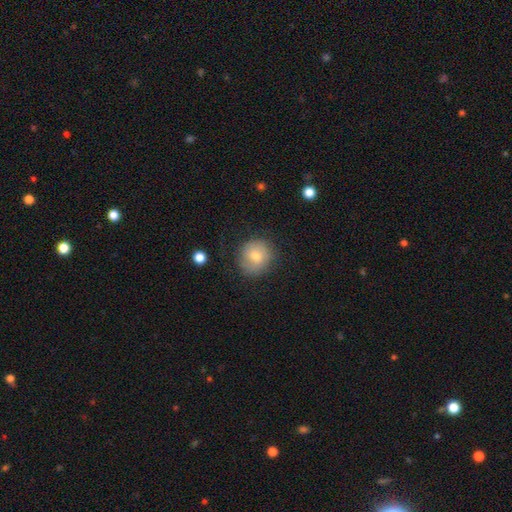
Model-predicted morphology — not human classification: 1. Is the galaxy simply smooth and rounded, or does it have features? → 71% smooth, 21% featured or disk, 8% star or artifact.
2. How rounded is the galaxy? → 87% round, 12% in between, 1% cigar-shaped.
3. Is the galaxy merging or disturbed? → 76% none, 17% minor disturbance, 6% major disturbance, 1% merger.